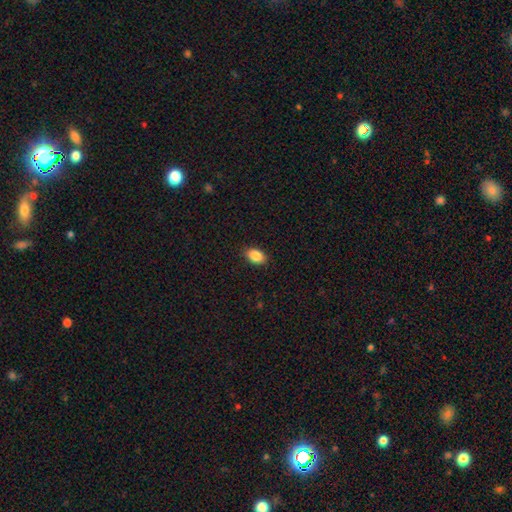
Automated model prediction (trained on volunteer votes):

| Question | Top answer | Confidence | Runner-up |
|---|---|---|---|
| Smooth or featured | smooth | 88% | star or artifact (8%) |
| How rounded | in between | 88% | round (11%) |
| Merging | none | 88% | minor disturbance (9%) |